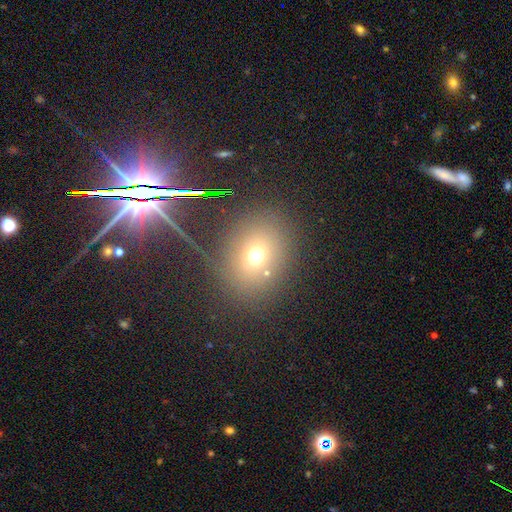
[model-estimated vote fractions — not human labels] A smooth galaxy with no disk features (64%) that is round (52%). Merging: none (81%).